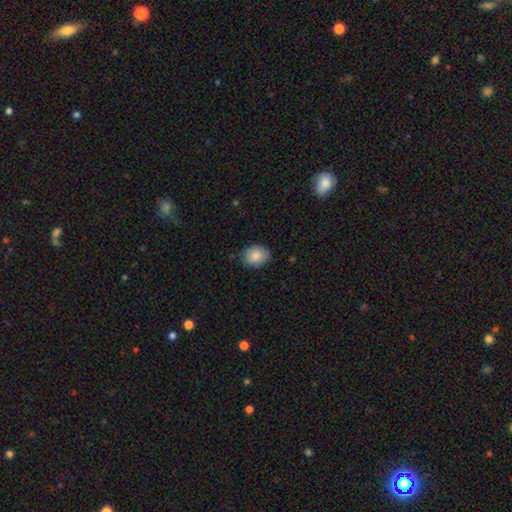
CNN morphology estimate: smooth 87%, star or artifact 7%, featured or disk 6%. Down the decision tree: how rounded — in between (63%); merging — none (84%).